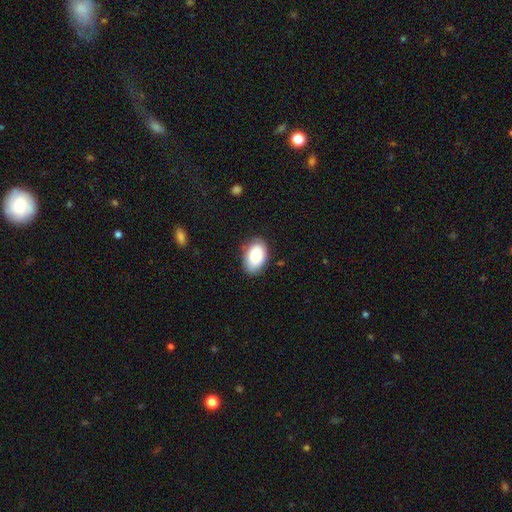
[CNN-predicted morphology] Q: Smooth or featured?
A: smooth (85%); runner-up: featured or disk (8%)
Q: How rounded?
A: in between (91%); runner-up: round (8%)
Q: Merging?
A: none (82%); runner-up: minor disturbance (14%)